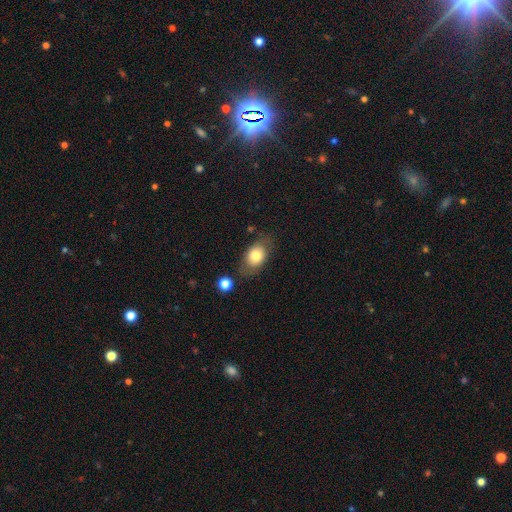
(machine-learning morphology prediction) smooth 75%, featured or disk 17%, star or artifact 8%. Down the decision tree: how rounded — in between (75%); merging — none (70%).